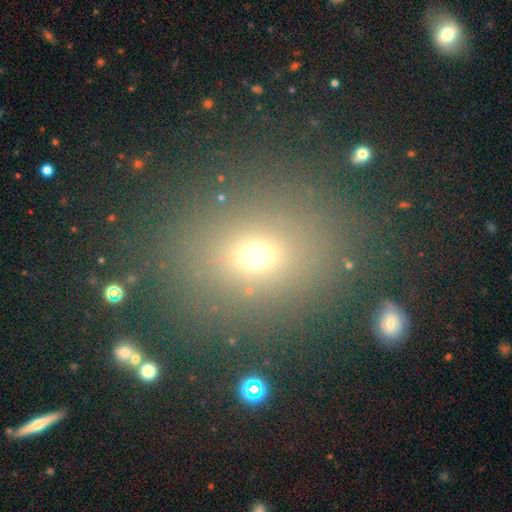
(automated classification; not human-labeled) Smooth or featured? smooth (64%)
How rounded? round (63%)
Merging? none (81%)